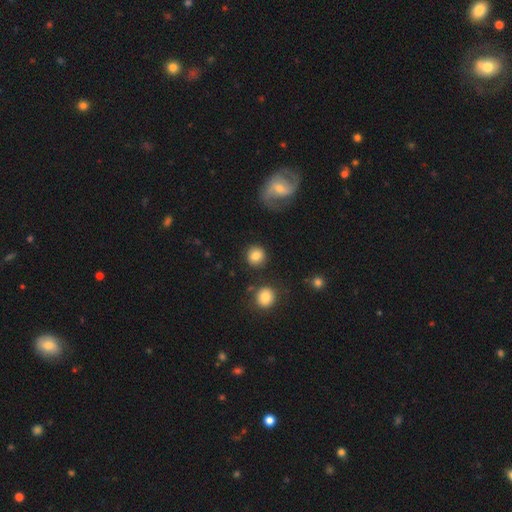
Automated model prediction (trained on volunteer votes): A smooth galaxy with no disk features (81%) that is round (89%). Merging: none (86%).